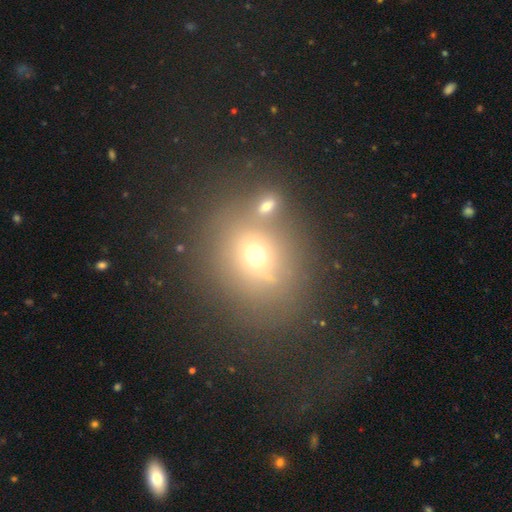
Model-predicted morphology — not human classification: smooth 60%, star or artifact 22%, featured or disk 18%. Down the decision tree: how rounded — round (67%); merging — none (56%).